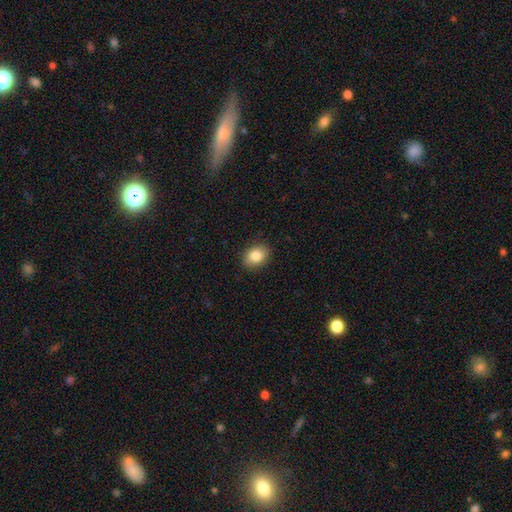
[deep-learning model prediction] Smooth or featured: smooth — 84% (star or artifact — 9%)
How rounded: in between — 62% (round — 37%)
Merging: none — 89% (minor disturbance — 8%)